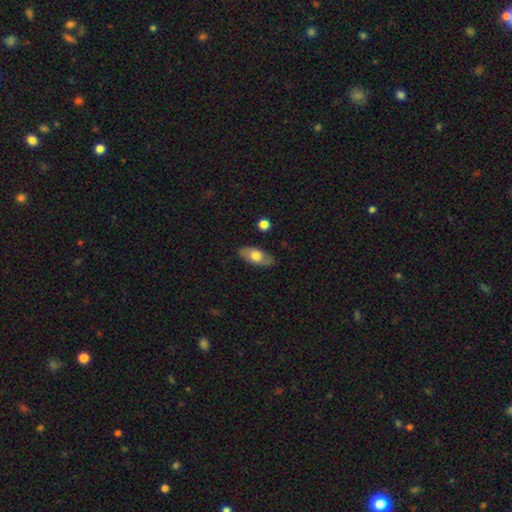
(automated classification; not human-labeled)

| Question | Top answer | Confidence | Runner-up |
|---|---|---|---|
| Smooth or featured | smooth | 66% | featured or disk (28%) |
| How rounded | in between | 89% | cigar-shaped (7%) |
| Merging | none | 83% | minor disturbance (13%) |